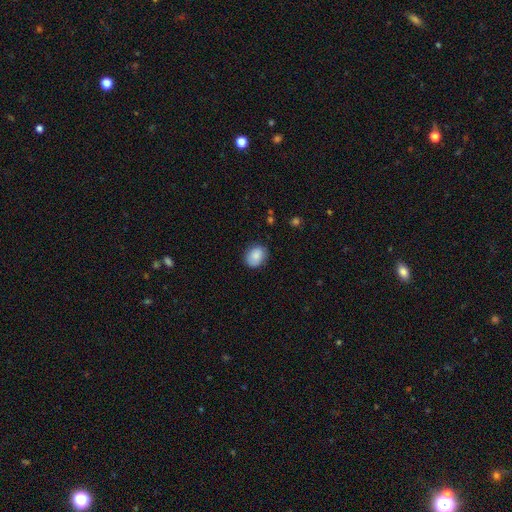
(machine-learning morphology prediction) Overall: smooth (84%). How rounded: in between (55%; round 44%). Merging: none (80%).